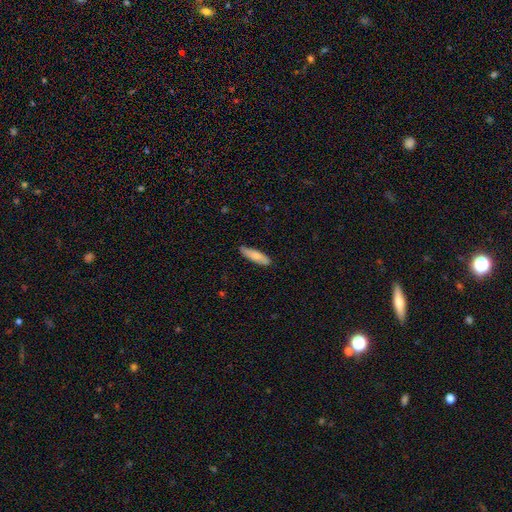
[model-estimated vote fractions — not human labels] Smooth or featured? Predicted: smooth (p=0.76). How rounded? Predicted: cigar-shaped (p=0.56). Merging? Predicted: none (p=0.84).